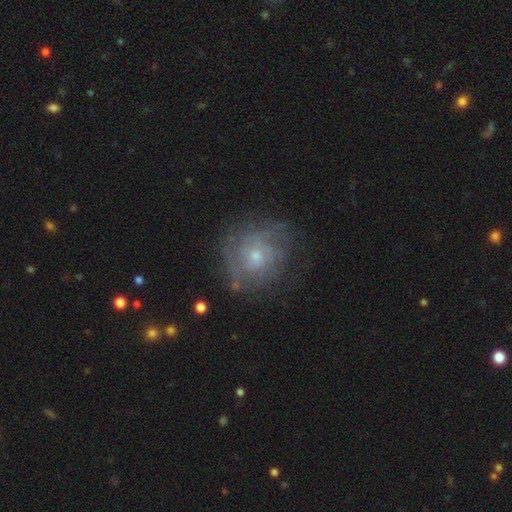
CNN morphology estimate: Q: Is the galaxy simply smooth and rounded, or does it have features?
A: featured or disk — 66%.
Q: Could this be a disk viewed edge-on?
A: no — 97%.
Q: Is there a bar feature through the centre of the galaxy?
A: no — 77%.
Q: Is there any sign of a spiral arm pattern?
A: yes — 78%.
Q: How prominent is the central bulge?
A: small — 60%.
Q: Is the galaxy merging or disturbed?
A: none — 67%.